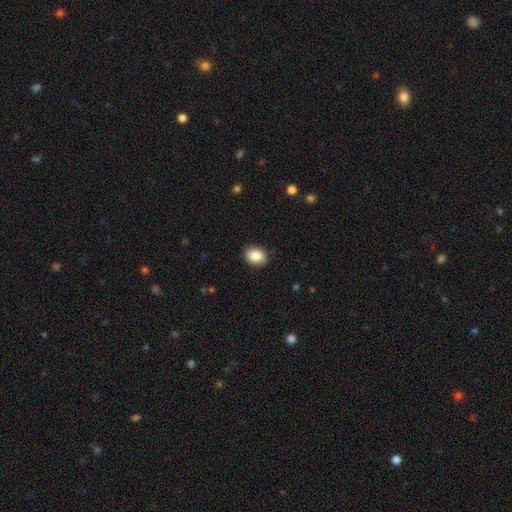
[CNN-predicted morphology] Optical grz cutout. It shows a smooth galaxy with no disk features (87%) that is in between round and cigar-shaped (58%). Merging: none (88%).